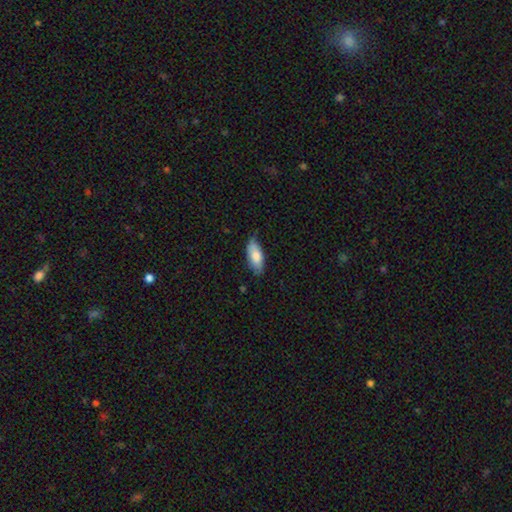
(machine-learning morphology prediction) smooth_or_featured: smooth (p=0.79) [alt: featured or disk p=0.16]
how_rounded: in between (p=0.86) [alt: cigar-shaped p=0.12]
merging: none (p=0.69) [alt: minor disturbance p=0.26]